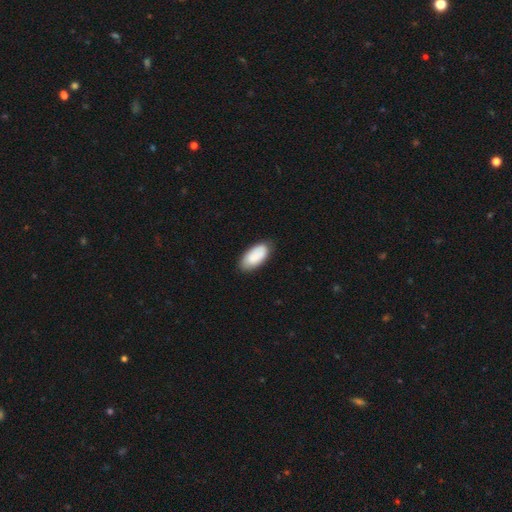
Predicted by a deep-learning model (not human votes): Overall: smooth (86%). How rounded: in between (94%). Merging: none (81%).